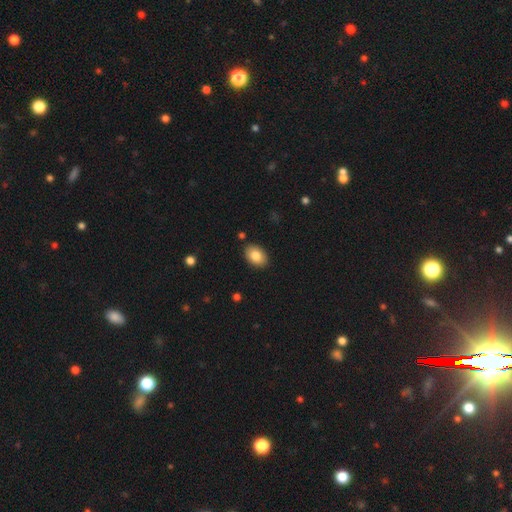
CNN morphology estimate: smooth-or-featured: smooth: 84% | featured or disk: 9% | star or artifact: 7%
  how-rounded: in between: 85% | round: 14% | cigar-shaped: 1%
  merging: none: 88% | minor disturbance: 8% | major disturbance: 2% | merger: 2%